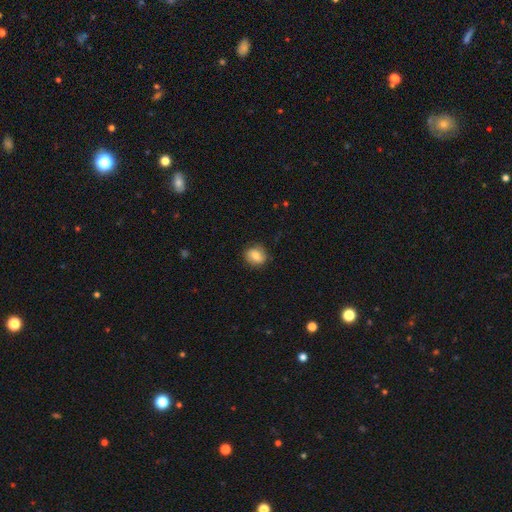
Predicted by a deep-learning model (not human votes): This is likely a smooth galaxy (75%). How rounded: likely round (62%). Merging: clearly none (83%).